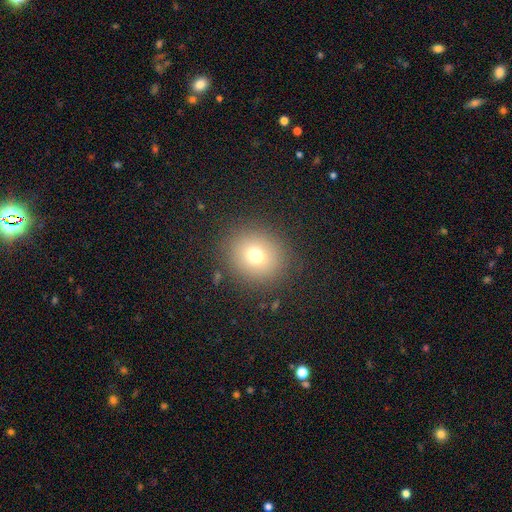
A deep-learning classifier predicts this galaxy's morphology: smooth 71%, star or artifact 16%, featured or disk 13%. Down the decision tree: how rounded — round (85%); merging — none (86%).